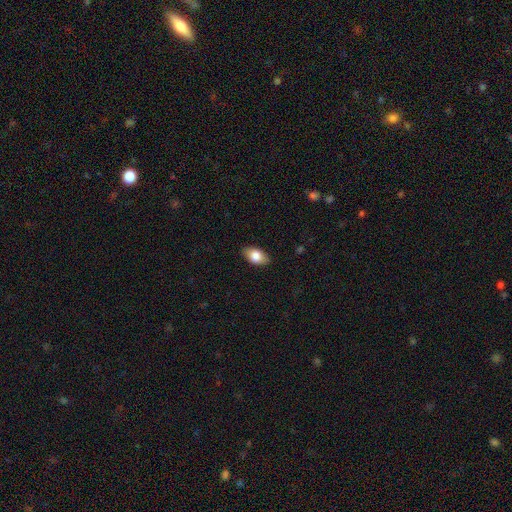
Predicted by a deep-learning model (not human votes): Smooth or featured: smooth — 81% (featured or disk — 13%)
How rounded: in between — 92% (round — 6%)
Merging: none — 86% (minor disturbance — 11%)